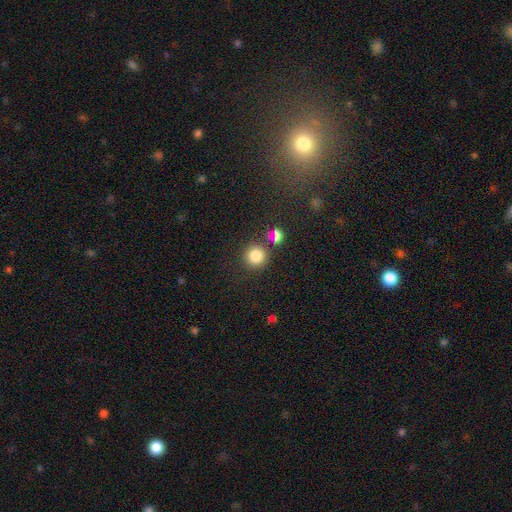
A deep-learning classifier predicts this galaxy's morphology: smooth-or-featured: smooth: 83% | star or artifact: 12% | featured or disk: 5%
  how-rounded: round: 92% | in between: 7% | cigar-shaped: 1%
  merging: none: 79% | merger: 10% | minor disturbance: 8% | major disturbance: 3%